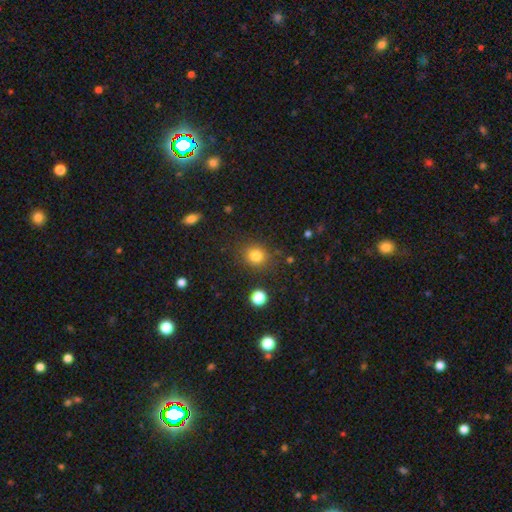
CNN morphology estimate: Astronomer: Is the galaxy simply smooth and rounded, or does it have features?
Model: smooth — 81%.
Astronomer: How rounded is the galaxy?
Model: round — 80%.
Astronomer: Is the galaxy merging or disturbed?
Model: none — 84%.